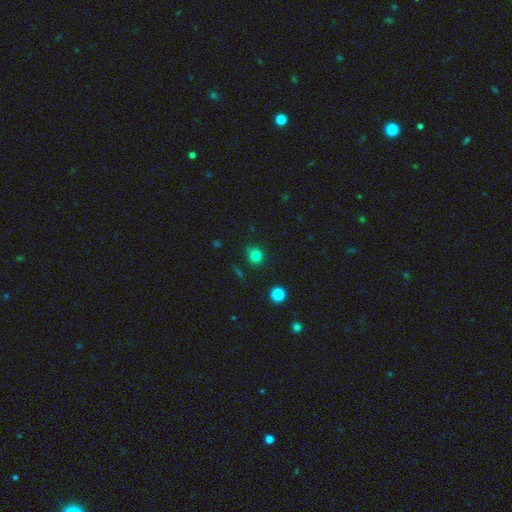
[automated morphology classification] Q: Smooth or featured?
A: smooth (80%); runner-up: star or artifact (15%)
Q: How rounded?
A: round (84%); runner-up: in between (15%)
Q: Merging?
A: none (82%); runner-up: minor disturbance (13%)